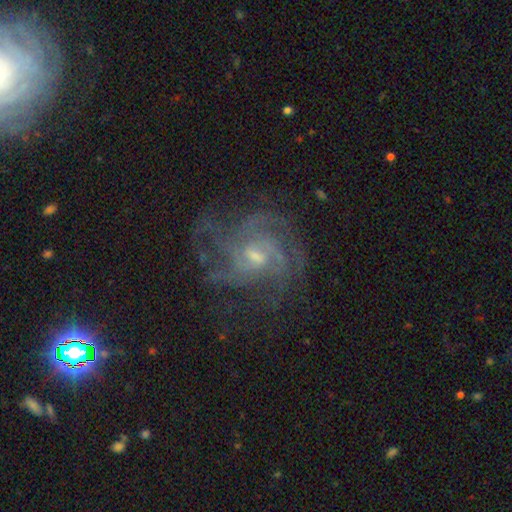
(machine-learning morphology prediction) Overall: featured or disk (83%). Edge-on disk: no (97%). Bar: weak (53%; no 37%). Spiral arms: yes (91%). Spiral arm count: can't tell (34%; 3 20%). Spiral winding: medium (44%; tight 40%). Bulge size: small (50%; moderate 40%). Merging: none (60%).